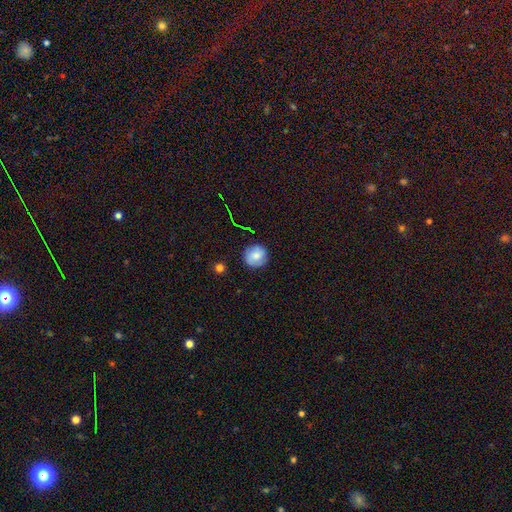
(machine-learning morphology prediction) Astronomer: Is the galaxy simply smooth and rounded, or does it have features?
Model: smooth — 66%.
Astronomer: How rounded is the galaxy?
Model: round — 90%.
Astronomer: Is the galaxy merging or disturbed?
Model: none — 83%.